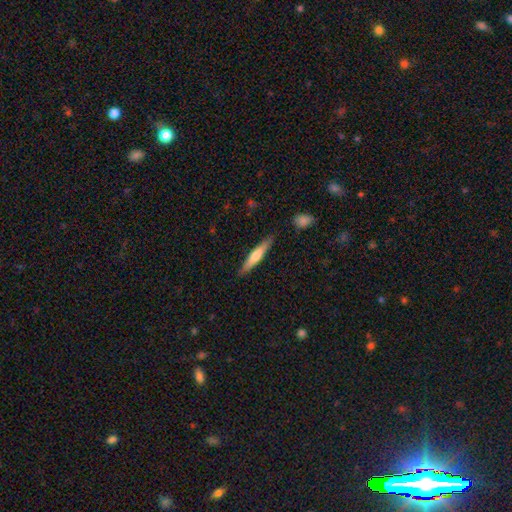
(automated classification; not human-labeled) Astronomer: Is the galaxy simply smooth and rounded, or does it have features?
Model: smooth — 54% (runner-up: featured or disk, 41%).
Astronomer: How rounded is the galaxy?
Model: cigar-shaped — 91%.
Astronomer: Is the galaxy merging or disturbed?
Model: none — 88%.